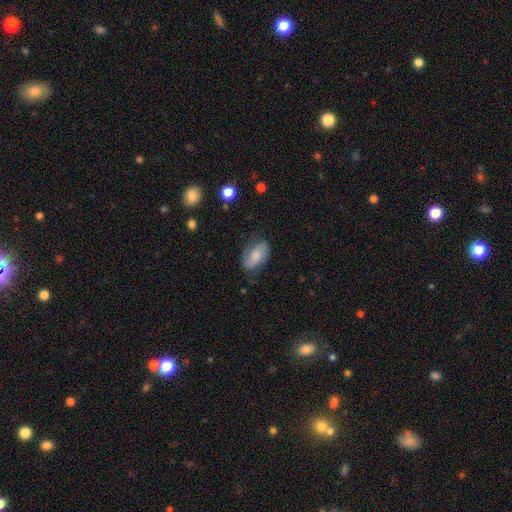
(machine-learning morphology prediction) smooth_or_featured: smooth (p=0.51) [alt: featured or disk p=0.41]
how_rounded: in between (p=0.90) [alt: round p=0.08]
merging: none (p=0.69) [alt: minor disturbance p=0.22]